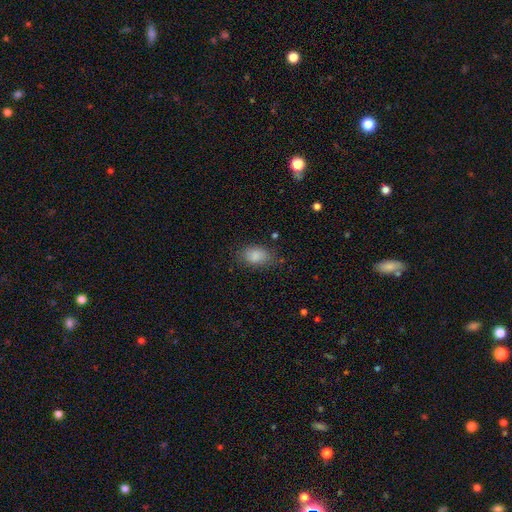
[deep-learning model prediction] Smooth or featured?
  - smooth: 86% *
  - star or artifact: 8%
  - featured or disk: 6%
How rounded?
  - in between: 87% *
  - round: 12%
  - cigar-shaped: 1%
Merging?
  - none: 74% *
  - minor disturbance: 19%
  - major disturbance: 6%
  - merger: 2%